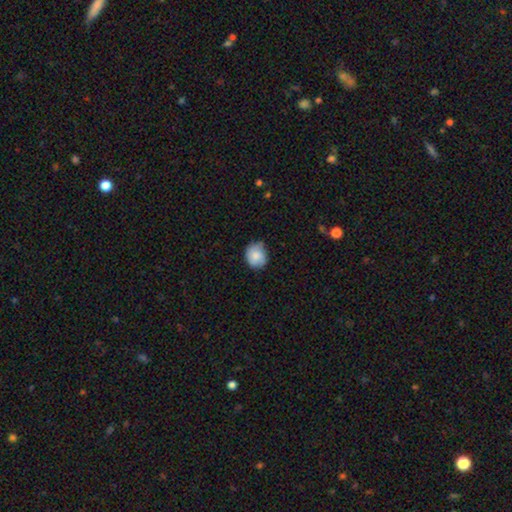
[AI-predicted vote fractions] A smooth galaxy with no disk features (78%) that is round (68%). Merging: none (66%).